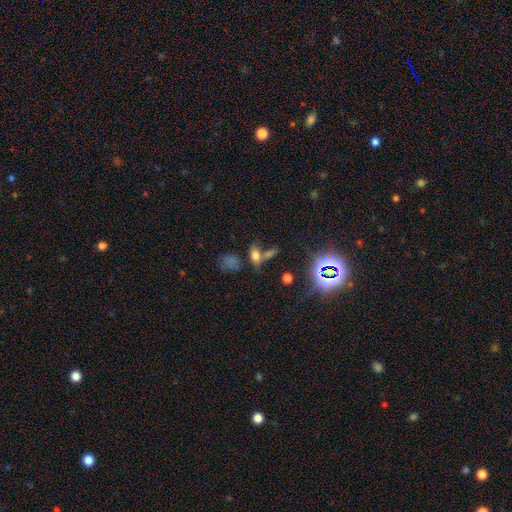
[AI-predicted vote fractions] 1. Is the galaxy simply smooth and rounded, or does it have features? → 64% smooth, 23% star or artifact, 13% featured or disk.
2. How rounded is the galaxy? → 74% in between, 14% cigar-shaped, 12% round.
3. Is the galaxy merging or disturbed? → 45% none, 35% merger, 12% minor disturbance, 8% major disturbance.